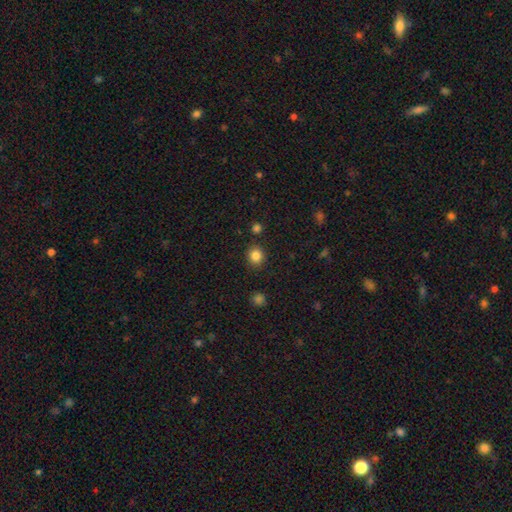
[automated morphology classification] Smooth or featured?
  - smooth: 84% *
  - star or artifact: 11%
  - featured or disk: 5%
How rounded?
  - round: 84% *
  - in between: 15%
  - cigar-shaped: 1%
Merging?
  - none: 88% *
  - minor disturbance: 7%
  - merger: 3%
  - major disturbance: 2%